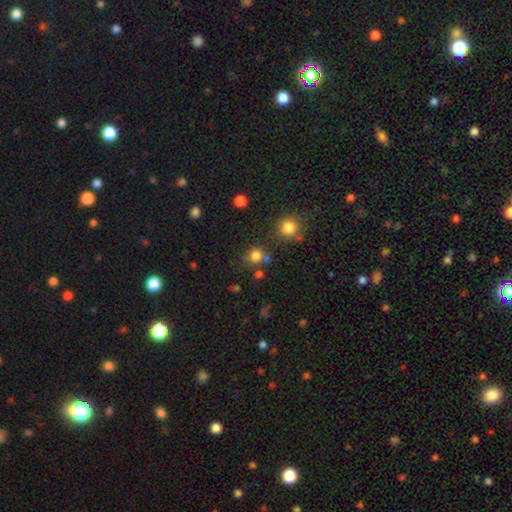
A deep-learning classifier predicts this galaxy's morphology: Overall: smooth (78%). How rounded: round (87%). Merging: none (67%).